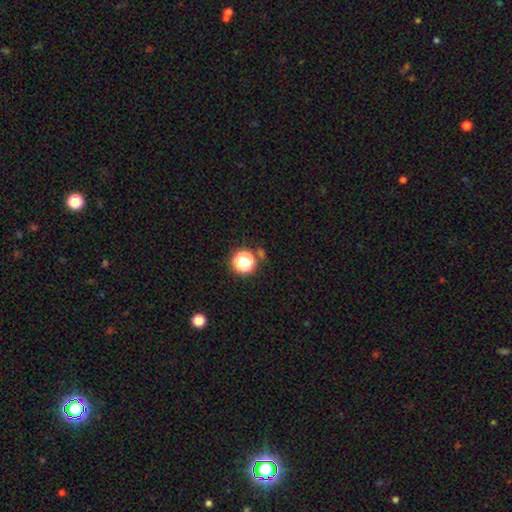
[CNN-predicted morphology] This is likely a star or artifact rather than a galaxy (63%).